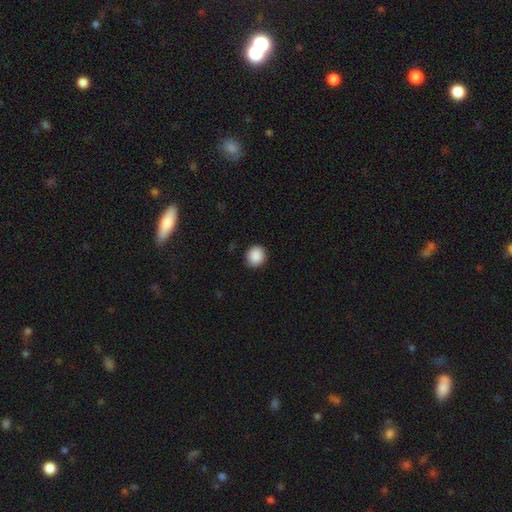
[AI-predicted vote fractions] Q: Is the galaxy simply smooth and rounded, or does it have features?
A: smooth — 89%.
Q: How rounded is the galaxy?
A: round — 86%.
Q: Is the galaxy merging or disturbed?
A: none — 90%.